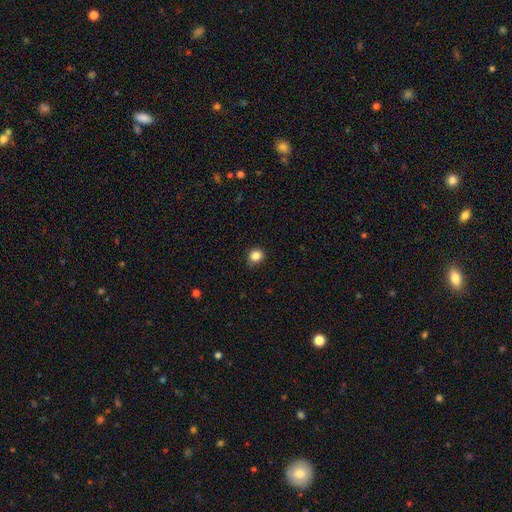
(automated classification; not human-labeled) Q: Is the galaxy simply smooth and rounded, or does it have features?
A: smooth — 85%.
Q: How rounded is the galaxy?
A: round — 78%.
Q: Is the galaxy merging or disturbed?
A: none — 86%.